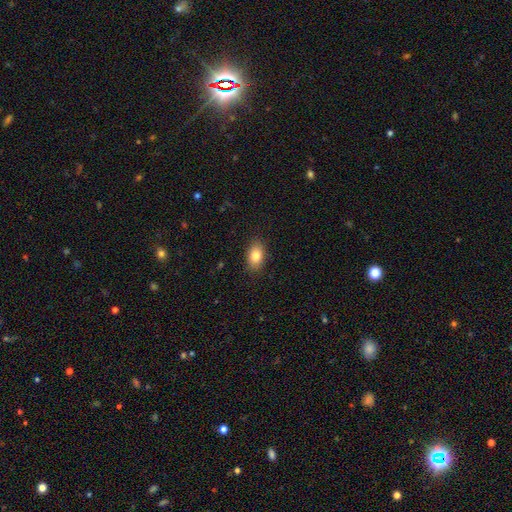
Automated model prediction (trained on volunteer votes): Smooth or featured: smooth — 83% (featured or disk — 9%)
How rounded: in between — 87% (round — 11%)
Merging: none — 87% (minor disturbance — 10%)